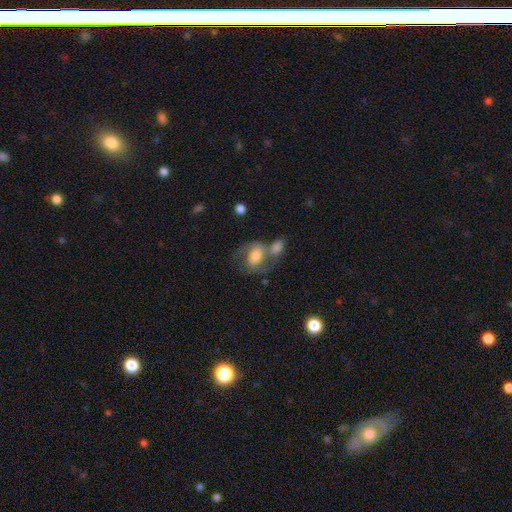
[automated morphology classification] Smooth or featured?
  - featured or disk: 49% *
  - smooth: 43%
  - star or artifact: 8%
Merging?
  - merger: 41% *
  - none: 33%
  - minor disturbance: 14%
  - major disturbance: 12%